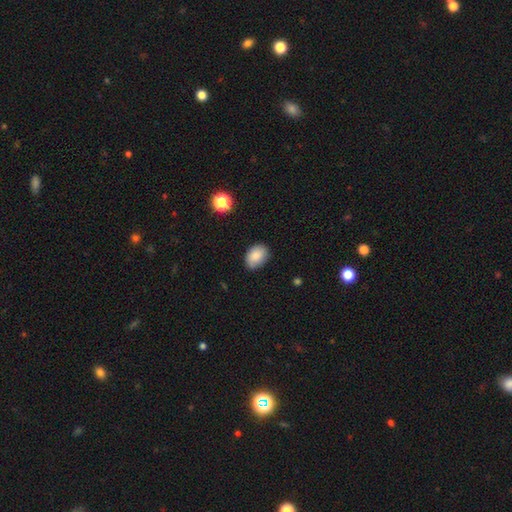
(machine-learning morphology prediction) smooth 86%, star or artifact 8%, featured or disk 7%. Down the decision tree: how rounded — in between (78%); merging — none (78%).